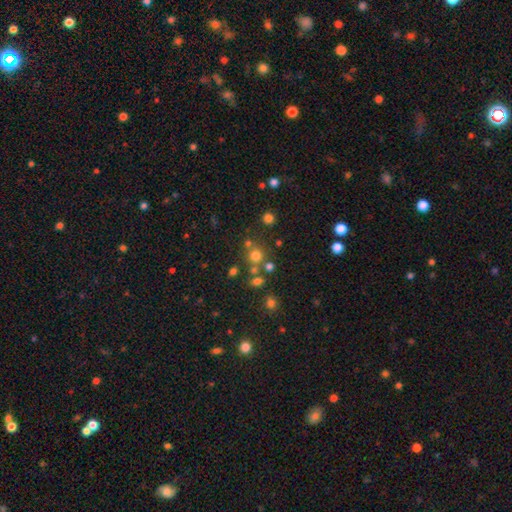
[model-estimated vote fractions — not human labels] smooth-or-featured: smooth: 68% | star or artifact: 22% | featured or disk: 10%
  how-rounded: round: 89% | in between: 10% | cigar-shaped: 1%
  merging: none: 67% | merger: 19% | minor disturbance: 9% | major disturbance: 5%